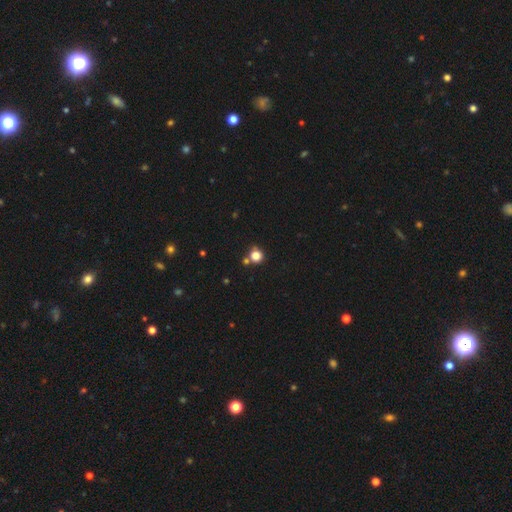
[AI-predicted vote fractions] Smooth or featured? Predicted: smooth (p=0.81). How rounded? Predicted: round (p=0.88). Merging? Predicted: none (p=0.69).